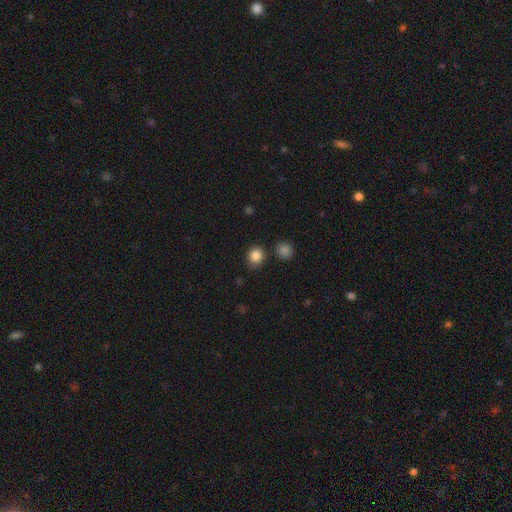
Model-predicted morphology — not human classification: A smooth galaxy with no disk features (85%) that is round (77%).

Vote fractions:
- Smooth or featured? smooth: 85% / star or artifact: 11% / featured or disk: 4%
- How rounded? round: 77% / in between: 22% / cigar-shaped: 1%
- Merging? none: 80% / minor disturbance: 12% / merger: 5% / major disturbance: 3%